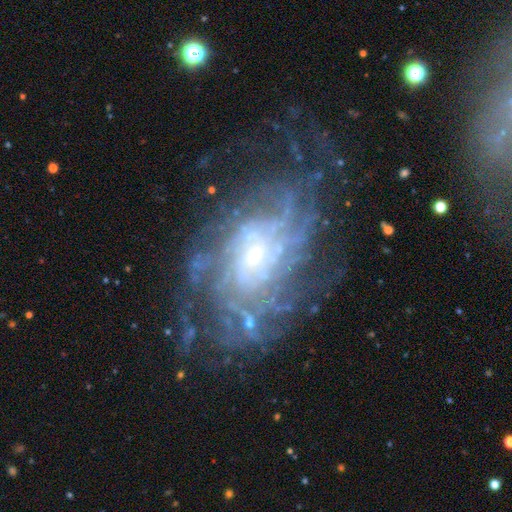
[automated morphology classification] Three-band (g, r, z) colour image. It shows a featured or disk galaxy (85%) with no bar (70%), tight (59%) spiral arms (93%) and a small central bulge (73%). Merging: none (65%).